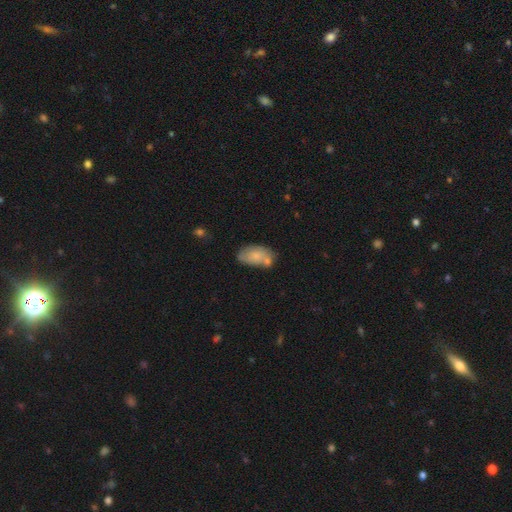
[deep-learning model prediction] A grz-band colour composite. It shows a smooth galaxy with no disk features (70%) that is in between round and cigar-shaped (93%). Merging: none (44%).